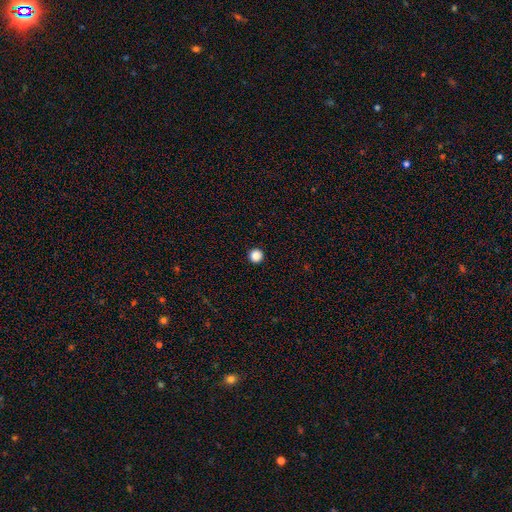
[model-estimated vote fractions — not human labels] Smooth or featured?
  - smooth: 87% *
  - star or artifact: 11%
  - featured or disk: 2%
How rounded?
  - round: 97% *
  - in between: 2%
  - cigar-shaped: 1%
Merging?
  - none: 94% *
  - minor disturbance: 3%
  - major disturbance: 1%
  - merger: 1%